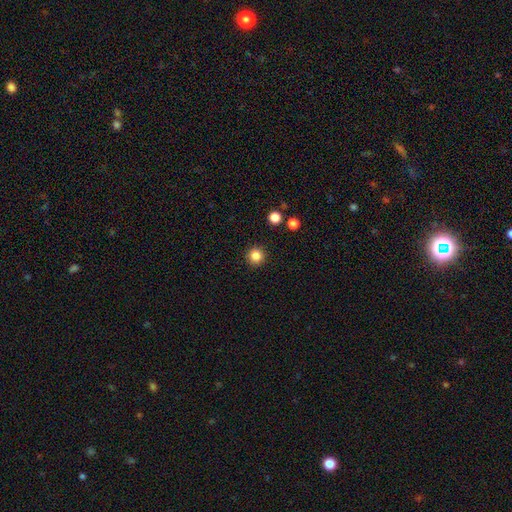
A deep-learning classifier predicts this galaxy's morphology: Smooth or featured? smooth (84%)
How rounded? round (96%)
Merging? none (92%)